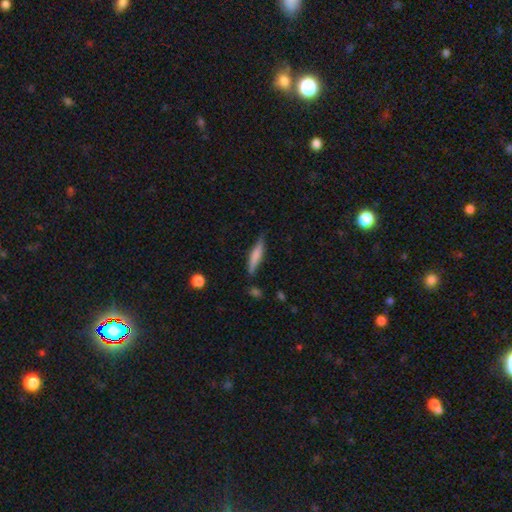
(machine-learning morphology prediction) Overall: smooth (65%; featured or disk 29%). How rounded: cigar-shaped (83%). Merging: none (77%).